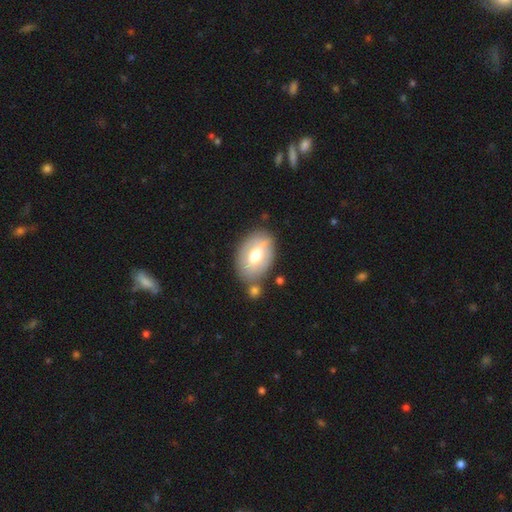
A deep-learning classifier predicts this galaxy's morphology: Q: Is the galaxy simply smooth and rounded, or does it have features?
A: smooth — 57%.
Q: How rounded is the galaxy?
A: in between — 85%.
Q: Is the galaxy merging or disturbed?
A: none — 64%.